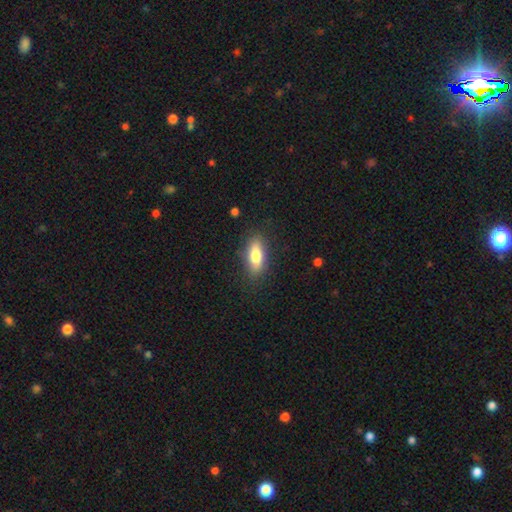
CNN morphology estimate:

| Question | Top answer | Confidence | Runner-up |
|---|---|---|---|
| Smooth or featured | smooth | 76% | featured or disk (17%) |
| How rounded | in between | 72% | cigar-shaped (24%) |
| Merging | none | 83% | minor disturbance (13%) |